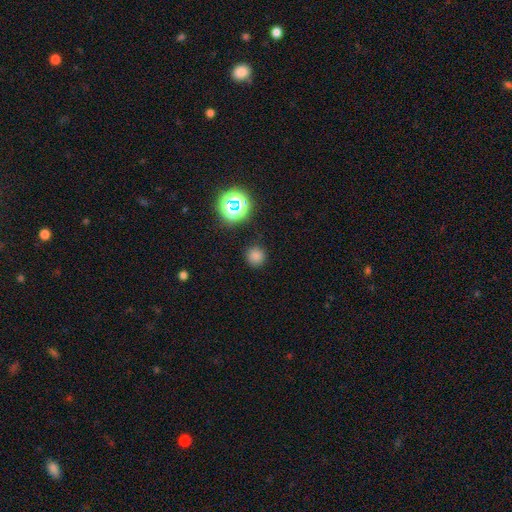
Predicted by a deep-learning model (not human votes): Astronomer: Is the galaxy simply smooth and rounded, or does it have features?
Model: smooth — 74%.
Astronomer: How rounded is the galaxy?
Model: round — 93%.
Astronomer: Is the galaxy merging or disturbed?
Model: none — 87%.